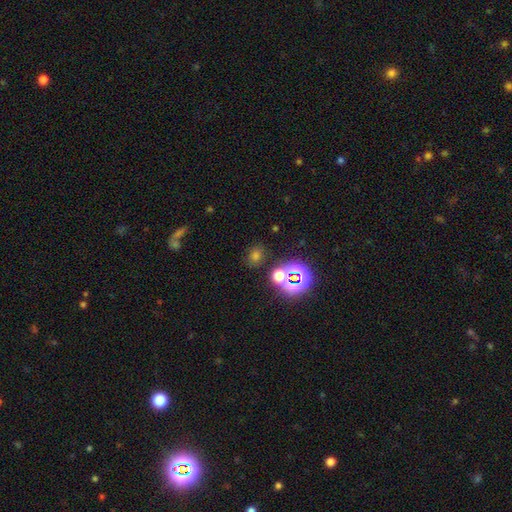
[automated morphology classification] smooth-or-featured: smooth: 58% | star or artifact: 34% | featured or disk: 8%
  how-rounded: round: 57% | in between: 41% | cigar-shaped: 1%
  merging: none: 78% | minor disturbance: 10% | merger: 8% | major disturbance: 4%